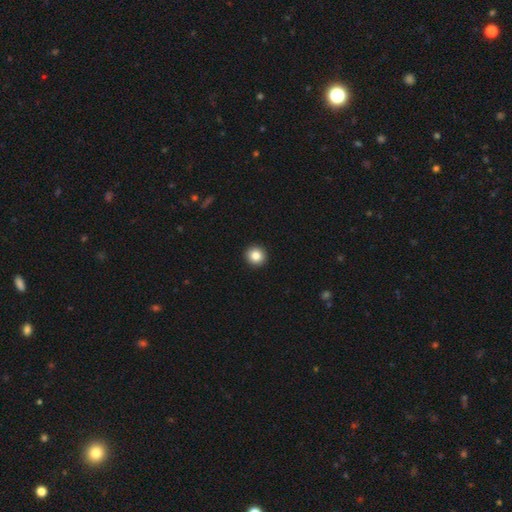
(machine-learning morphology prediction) Overall: smooth (84%). How rounded: round (94%). Merging: none (94%).